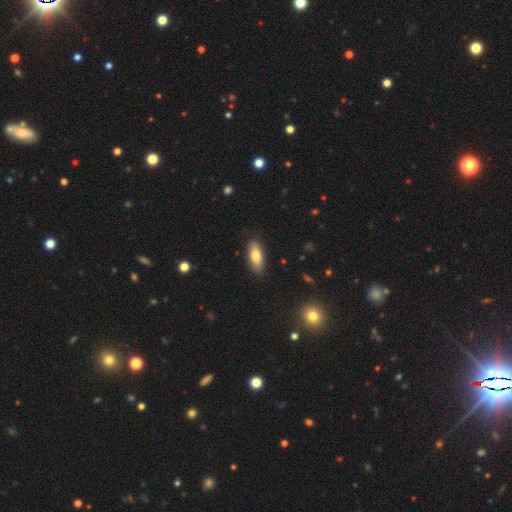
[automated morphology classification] Smooth or featured?
  - smooth: 75% *
  - featured or disk: 19%
  - star or artifact: 6%
How rounded?
  - in between: 70% *
  - cigar-shaped: 27%
  - round: 2%
Merging?
  - none: 88% *
  - minor disturbance: 9%
  - major disturbance: 2%
  - merger: 1%